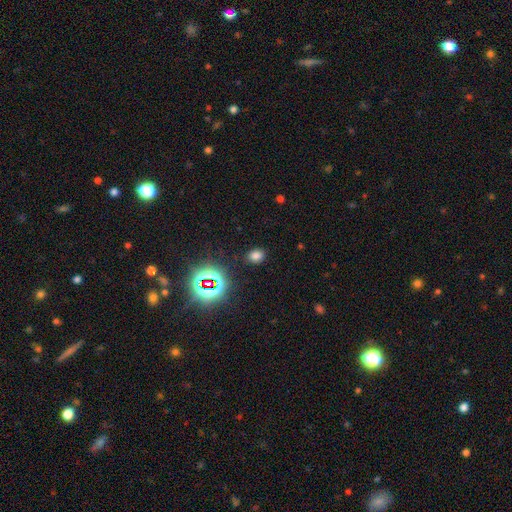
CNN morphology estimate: type=smooth (69%); roundness=in between (60%); merging=none (86%).